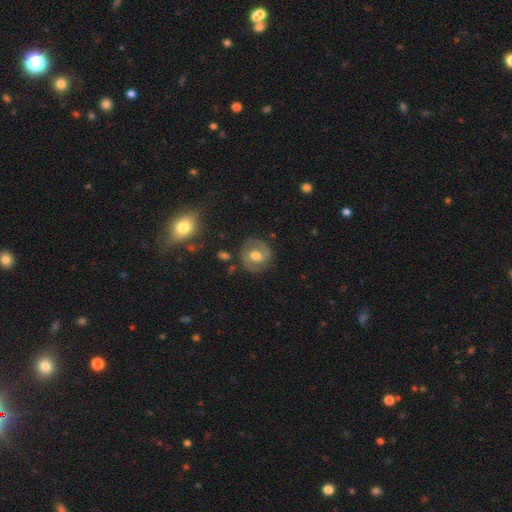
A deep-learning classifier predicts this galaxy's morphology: A featured or disk galaxy (65%) with a weak bar (44%), 2 (85%) medium (46%) spiral arms (80%) and a moderate central bulge (72%).

Vote fractions:
- Smooth or featured? featured or disk: 65% / smooth: 28% / star or artifact: 7%
- Edge-on disk? no: 97% / yes: 3%
- Bar? weak: 44% / no: 39% / strong: 16%
- Spiral arms? yes: 80% / no: 20%
- Spiral winding? medium: 46% / tight: 39% / loose: 16%
- Spiral arm count? 2: 85% / can't tell: 8% / 1: 4% / 3: 1% / 4: 1% / more than 4: 1%
- Bulge size? moderate: 72% / large: 16% / small: 9% / none: 1% / dominant: 1%
- Merging? none: 80% / minor disturbance: 13% / major disturbance: 5% / merger: 2%